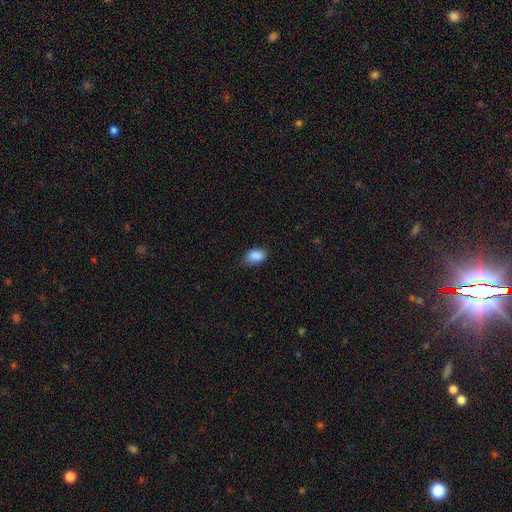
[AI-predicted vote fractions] A smooth galaxy with no disk features (89%) that is in between round and cigar-shaped (89%).

Vote fractions:
- Smooth or featured? smooth: 89% / star or artifact: 8% / featured or disk: 3%
- How rounded? in between: 89% / round: 10% / cigar-shaped: 1%
- Merging? none: 73% / minor disturbance: 23% / major disturbance: 4% / merger: 1%